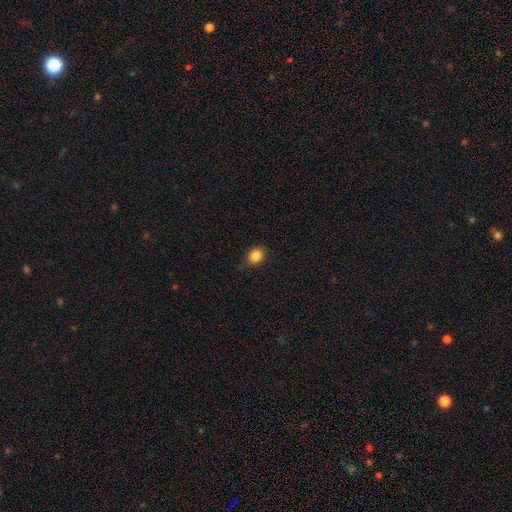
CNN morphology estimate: Smooth or featured?
  - smooth: 86% *
  - star or artifact: 9%
  - featured or disk: 4%
How rounded?
  - in between: 57% *
  - round: 42%
  - cigar-shaped: 1%
Merging?
  - none: 78% *
  - minor disturbance: 18%
  - major disturbance: 4%
  - merger: 1%